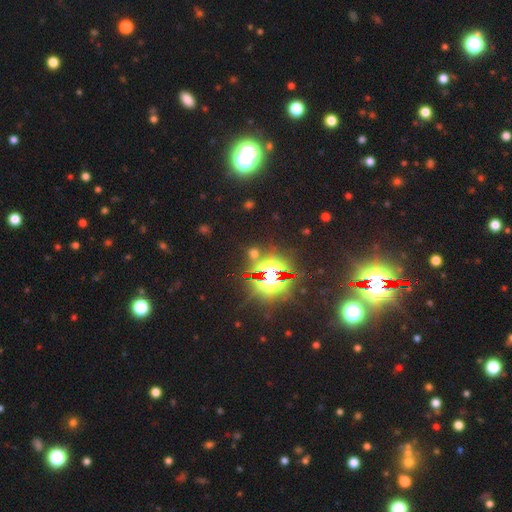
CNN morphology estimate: type=star or artifact (77%).